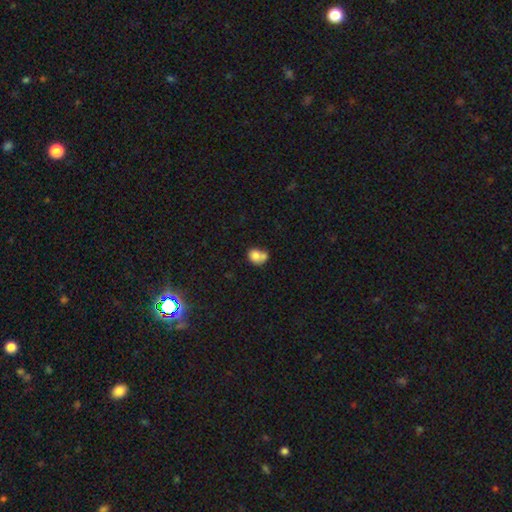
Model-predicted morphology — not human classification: Smooth or featured? smooth (76%)
How rounded? round (58%)
Merging? merger (52%)